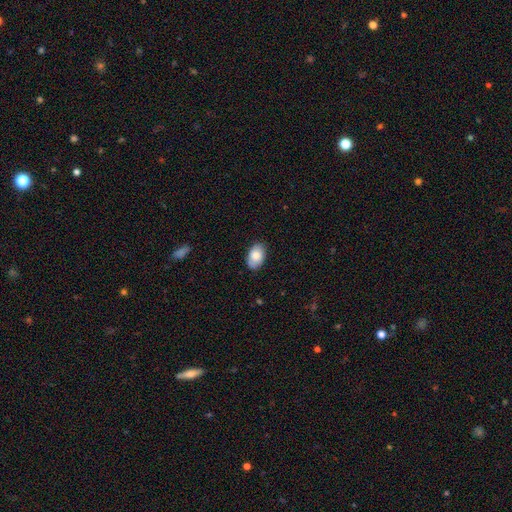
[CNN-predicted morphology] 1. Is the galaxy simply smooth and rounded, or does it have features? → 81% smooth, 12% featured or disk, 6% star or artifact.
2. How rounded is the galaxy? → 91% in between, 7% round, 1% cigar-shaped.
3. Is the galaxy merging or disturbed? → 83% none, 14% minor disturbance, 2% major disturbance, 1% merger.